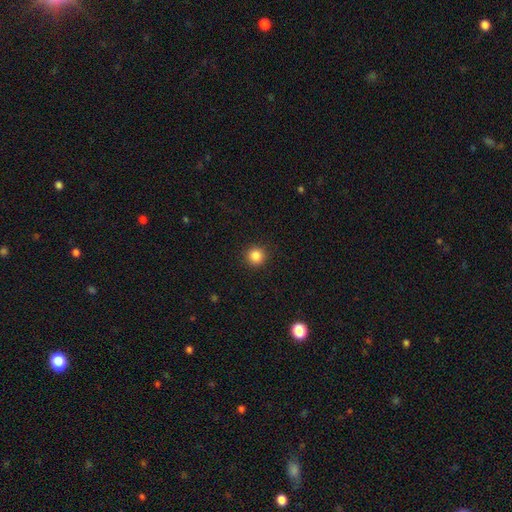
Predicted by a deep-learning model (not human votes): This is clearly a smooth galaxy (85%). How rounded: clearly round (94%). Merging: clearly none (92%).